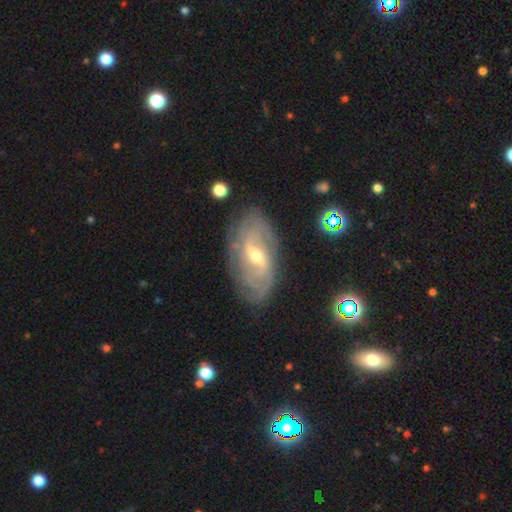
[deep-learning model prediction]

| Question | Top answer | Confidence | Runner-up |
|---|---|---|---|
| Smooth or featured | featured or disk | 82% | smooth (11%) |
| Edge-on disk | no | 93% | yes (7%) |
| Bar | weak | 51% | no (29%) |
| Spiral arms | yes | 93% | no (7%) |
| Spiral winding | tight | 56% | medium (32%) |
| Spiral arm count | can't tell | 37% | 2 (30%) |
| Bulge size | moderate | 53% | small (43%) |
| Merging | none | 80% | minor disturbance (14%) |